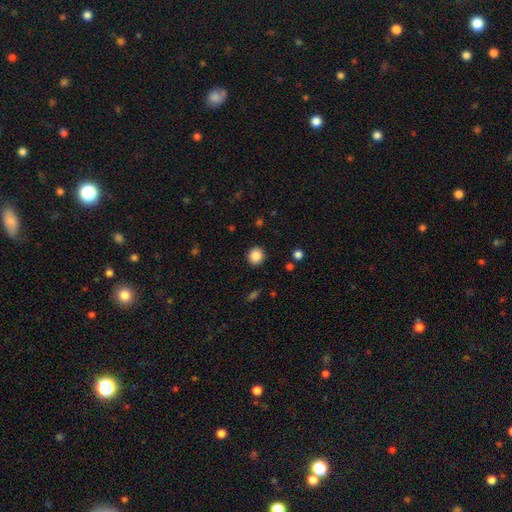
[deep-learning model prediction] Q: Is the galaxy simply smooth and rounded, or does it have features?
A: smooth — 86%.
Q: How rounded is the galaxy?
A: round — 86%.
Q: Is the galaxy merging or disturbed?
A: none — 91%.